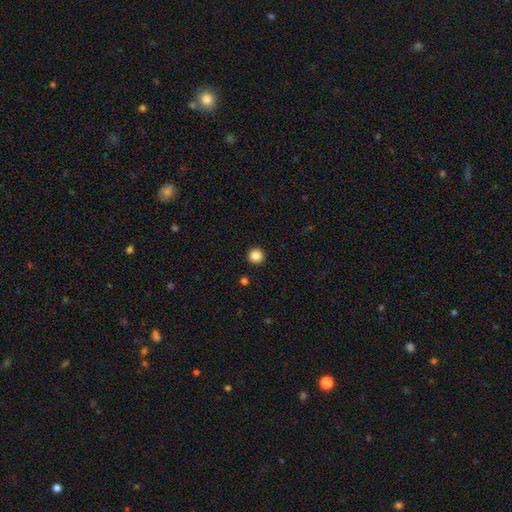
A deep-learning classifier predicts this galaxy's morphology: The model was most divided on "smooth or featured": smooth: 87%, star or artifact: 10%, featured or disk: 3%. More confident: how rounded — round (95%); merging — none (93%).